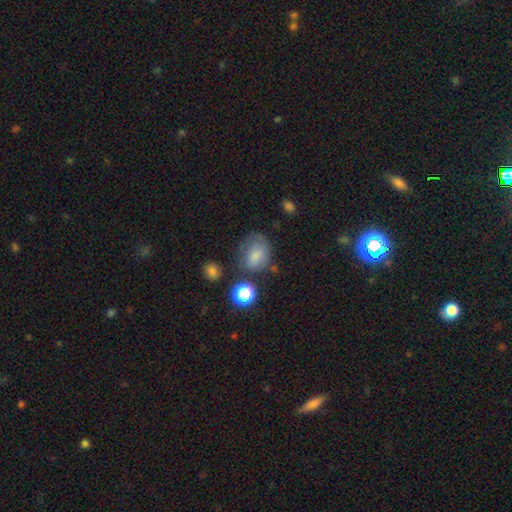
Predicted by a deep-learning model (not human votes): Q: Smooth or featured?
A: smooth (72%); runner-up: featured or disk (16%)
Q: How rounded?
A: in between (57%); runner-up: round (41%)
Q: Merging?
A: none (48%); runner-up: minor disturbance (28%)